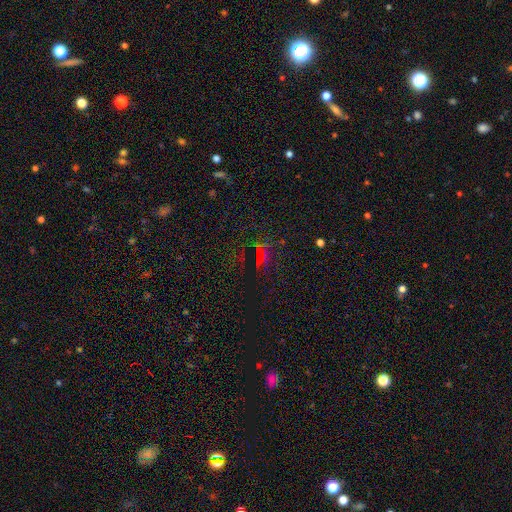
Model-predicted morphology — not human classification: The model was most divided on "smooth or featured": star or artifact: 67%, smooth: 22%, featured or disk: 11%.